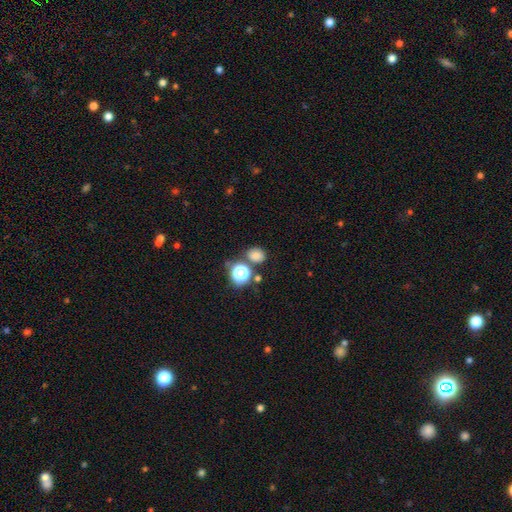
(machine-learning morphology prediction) smooth-or-featured: smooth: 76% | star or artifact: 19% | featured or disk: 6%
  how-rounded: round: 66% | in between: 33% | cigar-shaped: 1%
  merging: none: 73% | merger: 13% | minor disturbance: 10% | major disturbance: 4%